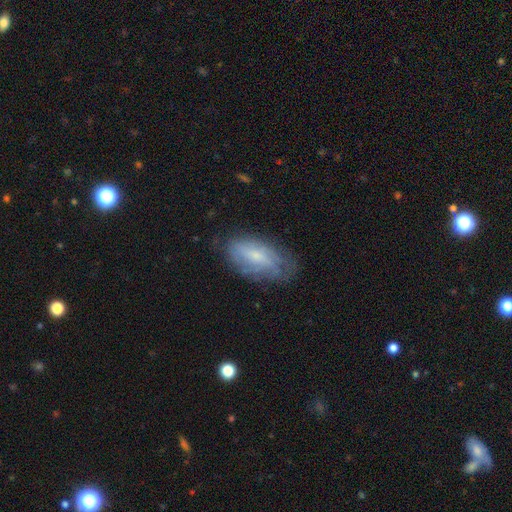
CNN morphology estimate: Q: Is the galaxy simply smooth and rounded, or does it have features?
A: featured or disk — 46%, tied with smooth.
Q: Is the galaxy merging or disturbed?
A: none — 63%.